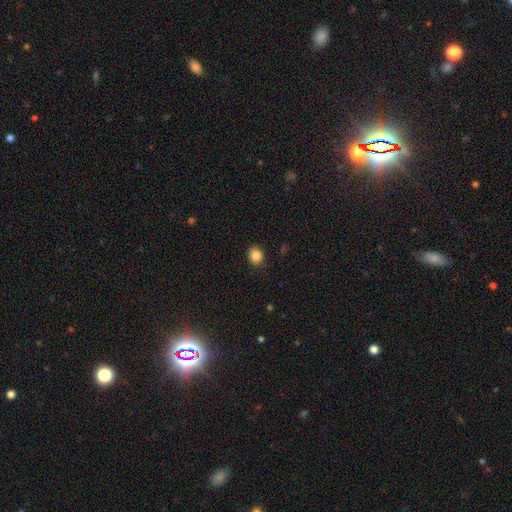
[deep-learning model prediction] Overall: smooth (85%). How rounded: round (70%). Merging: none (88%).